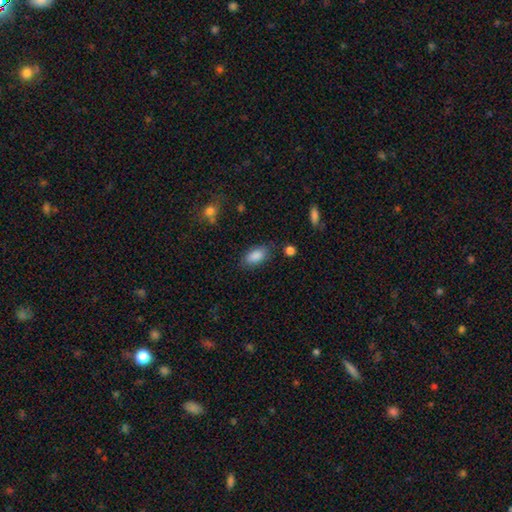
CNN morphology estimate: Smooth or featured? Predicted: smooth (p=0.87). How rounded? Predicted: in between (p=0.91). Merging? Predicted: none (p=0.79).